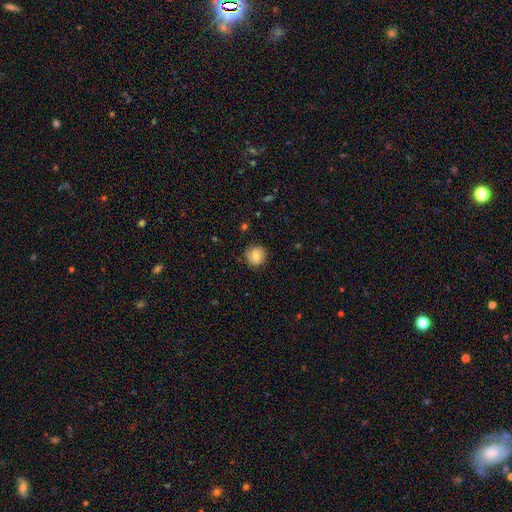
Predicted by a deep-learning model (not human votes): The model was most divided on "smooth or featured": smooth: 70%, featured or disk: 21%, star or artifact: 9%. More confident: how rounded — round (89%); merging — none (82%).